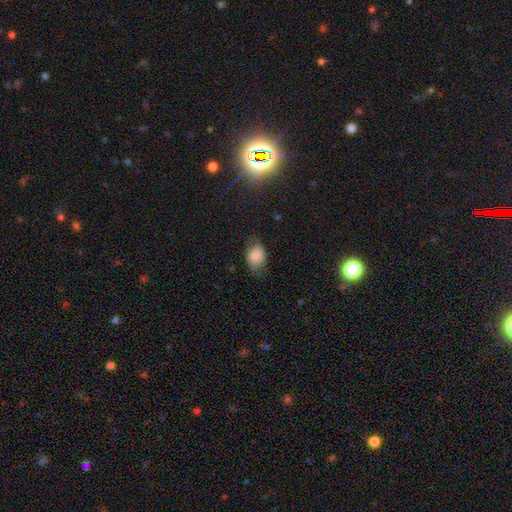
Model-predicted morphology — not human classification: smooth_or_featured: smooth (p=0.79) [alt: featured or disk p=0.12]
how_rounded: in between (p=0.82) [alt: round p=0.17]
merging: none (p=0.62) [alt: minor disturbance p=0.28]